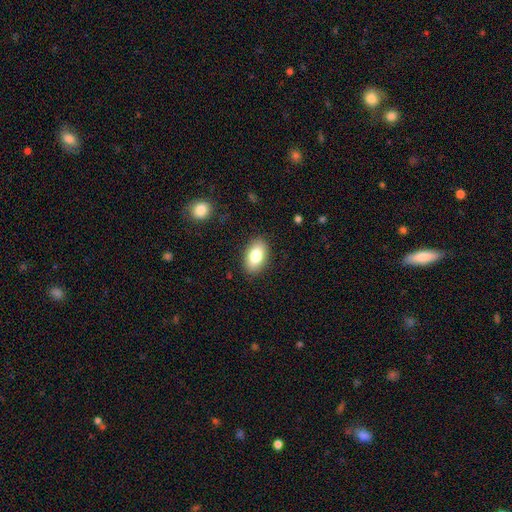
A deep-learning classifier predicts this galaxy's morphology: smooth-or-featured: smooth: 81% | featured or disk: 11% | star or artifact: 7%
  how-rounded: in between: 92% | round: 6% | cigar-shaped: 2%
  merging: none: 88% | minor disturbance: 9% | major disturbance: 2% | merger: 1%